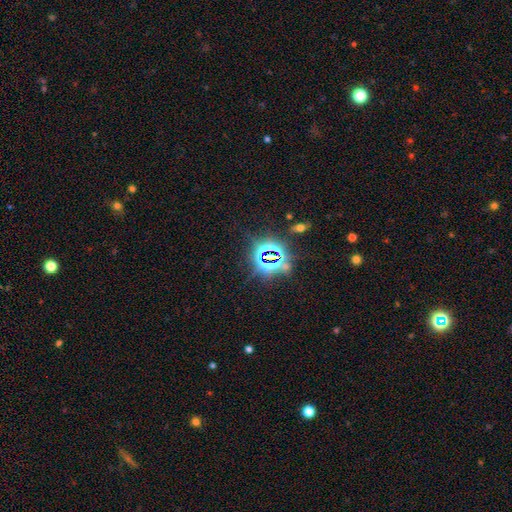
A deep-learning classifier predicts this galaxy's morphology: Smooth or featured? Predicted: star or artifact (p=0.82).